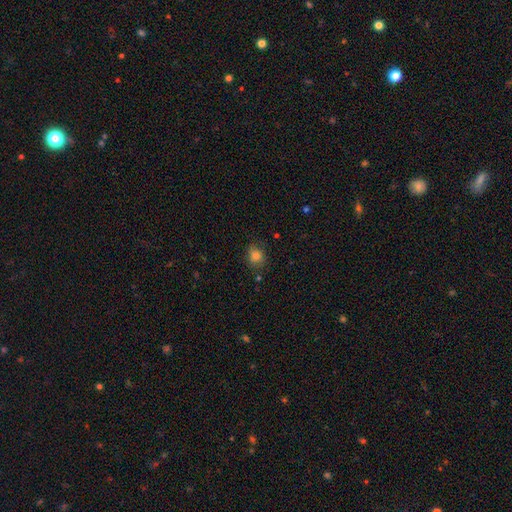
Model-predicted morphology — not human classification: This is clearly a smooth galaxy (80%). How rounded: possibly round (57%). Merging: likely none (76%).